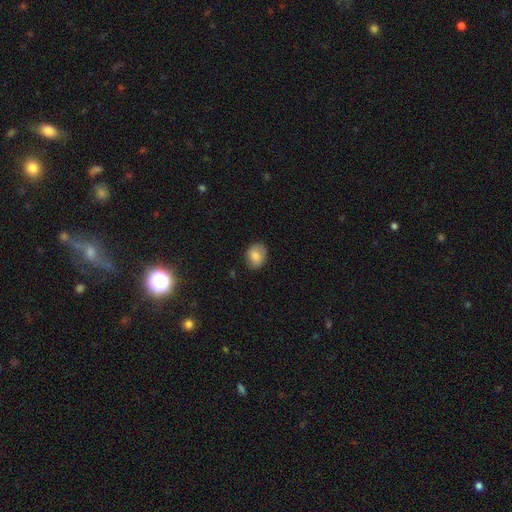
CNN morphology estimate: Smooth or featured: smooth — 83% (featured or disk — 9%)
How rounded: round — 50% (in between — 49%)
Merging: none — 82% (minor disturbance — 14%)